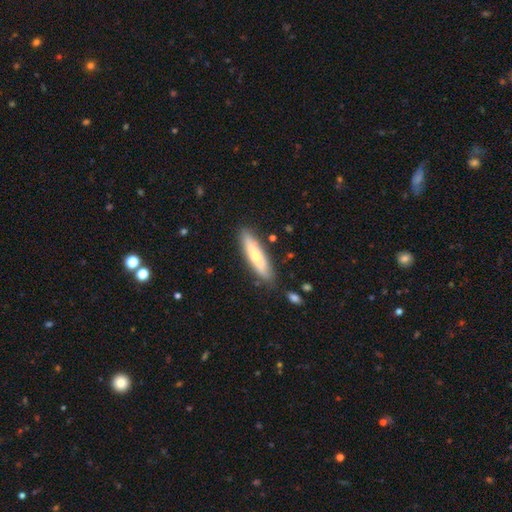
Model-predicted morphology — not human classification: Smooth or featured?
  - smooth: 58% *
  - featured or disk: 35%
  - star or artifact: 6%
How rounded?
  - cigar-shaped: 76% *
  - in between: 22%
  - round: 1%
Merging?
  - none: 86% *
  - minor disturbance: 10%
  - major disturbance: 2%
  - merger: 2%